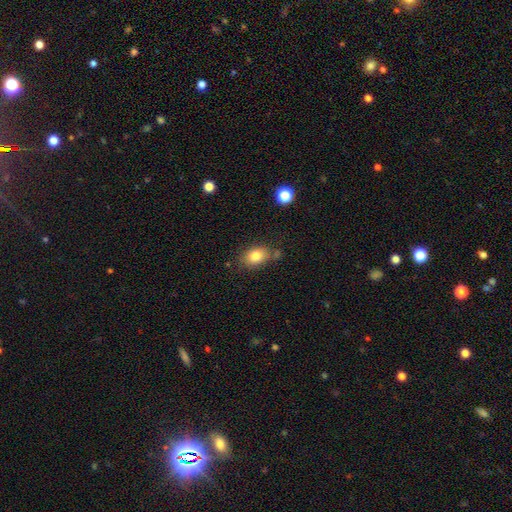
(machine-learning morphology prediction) smooth_or_featured: smooth (p=0.80) [alt: featured or disk p=0.11]
how_rounded: in between (p=0.74) [alt: round p=0.25]
merging: none (p=0.70) [alt: minor disturbance p=0.18]